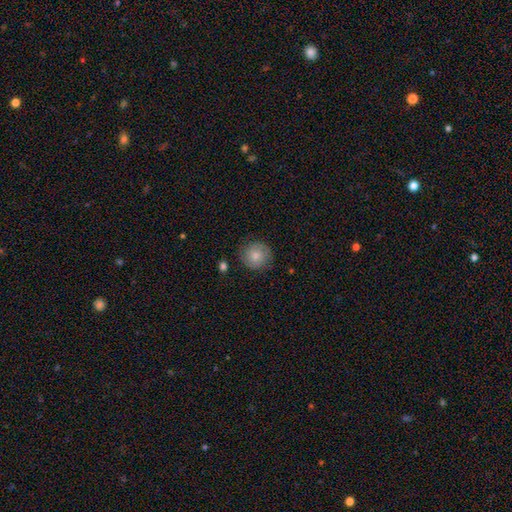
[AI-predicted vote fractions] A smooth galaxy with no disk features (72%) that is round (92%).

Vote fractions:
- Smooth or featured? smooth: 72% / featured or disk: 20% / star or artifact: 8%
- How rounded? round: 92% / in between: 7% / cigar-shaped: 1%
- Merging? none: 83% / minor disturbance: 12% / major disturbance: 3% / merger: 2%